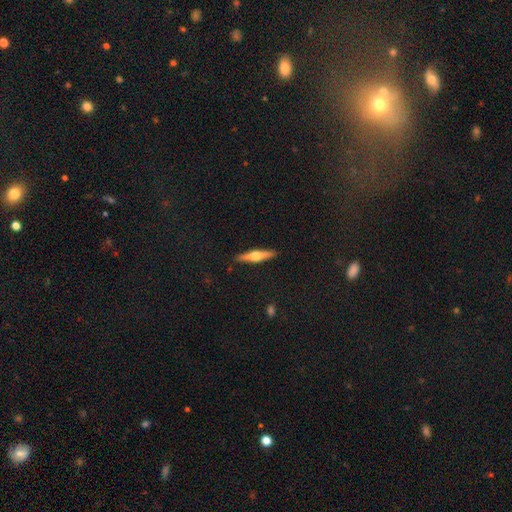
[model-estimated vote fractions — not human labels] A featured or disk galaxy (65%) viewed edge-on (97%) with a rounded central bulge (94%). Merging: none (91%).